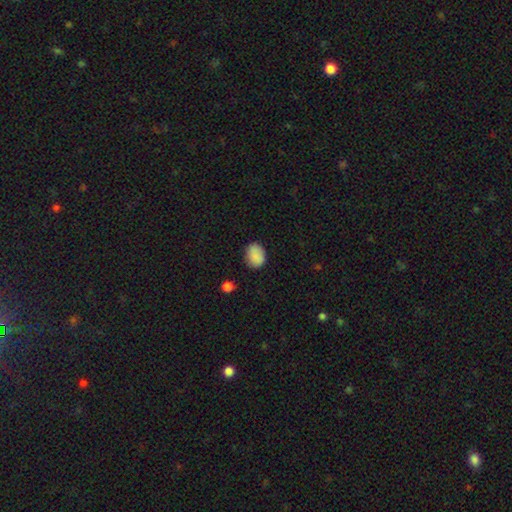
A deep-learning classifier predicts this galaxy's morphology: Smooth or featured? Predicted: smooth (p=0.86). How rounded? Predicted: in between (p=0.61). Merging? Predicted: none (p=0.77).